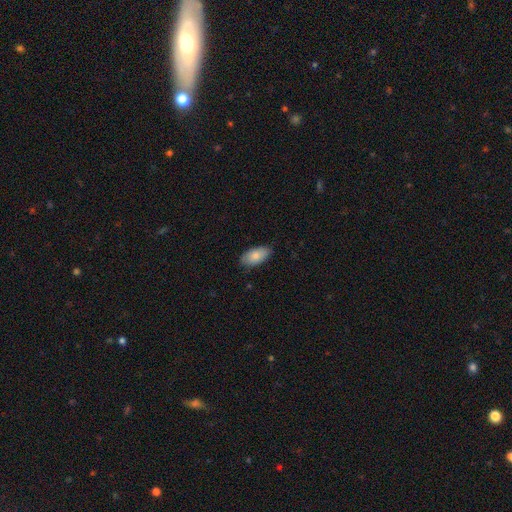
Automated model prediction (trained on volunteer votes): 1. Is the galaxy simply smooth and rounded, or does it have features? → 84% smooth, 10% featured or disk, 6% star or artifact.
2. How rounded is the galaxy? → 94% in between, 3% cigar-shaped, 3% round.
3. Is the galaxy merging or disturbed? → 82% none, 15% minor disturbance, 2% major disturbance, 1% merger.